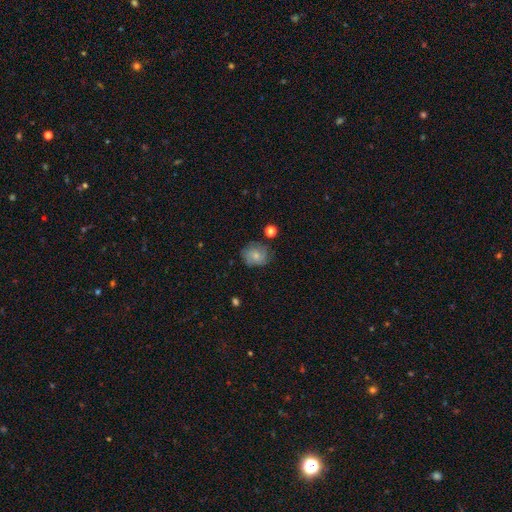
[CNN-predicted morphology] Smooth or featured? Predicted: smooth (p=0.67). How rounded? Predicted: round (p=0.68). Merging? Predicted: none (p=0.73).